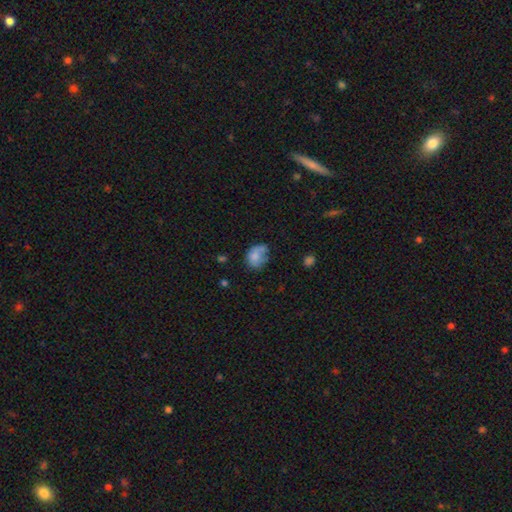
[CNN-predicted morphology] Overall: smooth (73%). How rounded: in between (57%; round 42%). Merging: none (41%; minor disturbance 33%).